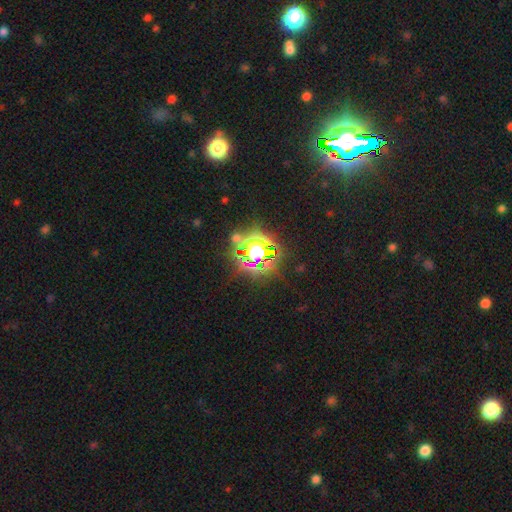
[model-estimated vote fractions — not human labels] This appears to be a star or artifact, not a galaxy (76%).